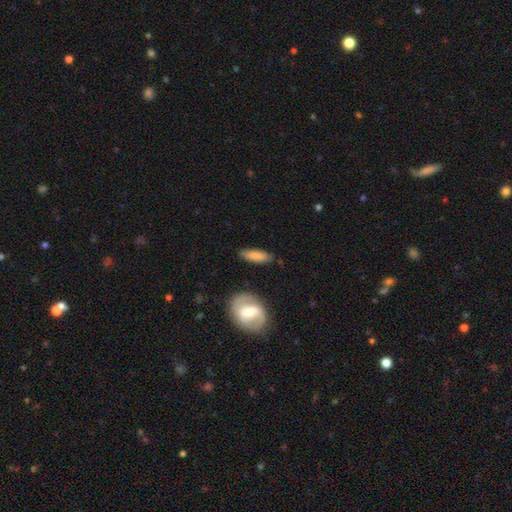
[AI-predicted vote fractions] Overall: smooth (76%). How rounded: in between (50%; cigar-shaped 47%). Merging: none (80%).